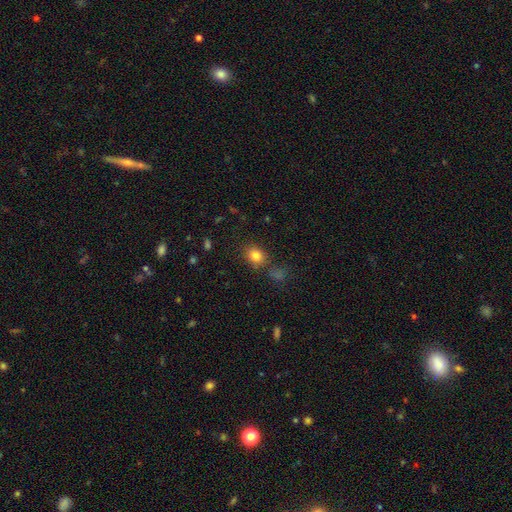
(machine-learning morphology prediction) A smooth galaxy with no disk features (82%) that is round (57%). Merging: none (76%).